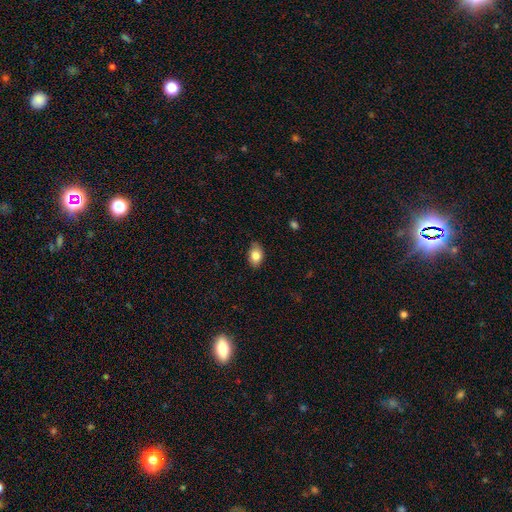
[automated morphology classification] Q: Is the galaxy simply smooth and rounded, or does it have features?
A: smooth — 82%.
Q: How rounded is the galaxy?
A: in between — 85%.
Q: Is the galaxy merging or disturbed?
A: none — 82%.